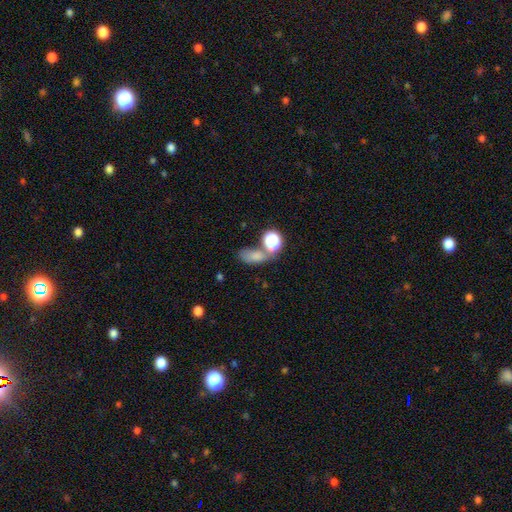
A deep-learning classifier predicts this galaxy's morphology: Q: Smooth or featured?
A: smooth (72%); runner-up: star or artifact (17%)
Q: How rounded?
A: in between (76%); runner-up: round (20%)
Q: Merging?
A: merger (40%); runner-up: none (34%)